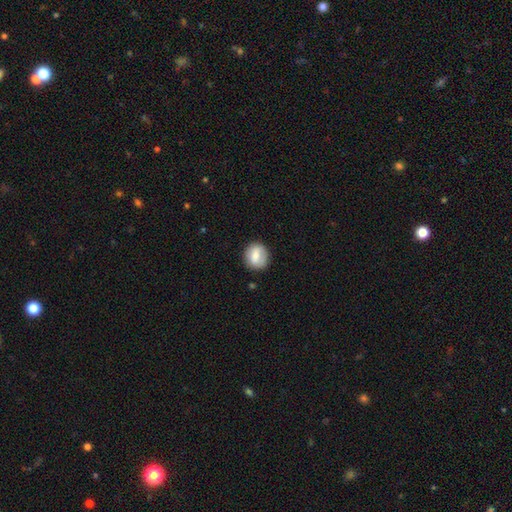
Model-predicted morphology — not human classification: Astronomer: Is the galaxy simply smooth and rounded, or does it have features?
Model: smooth — 77%.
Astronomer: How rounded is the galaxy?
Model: round — 75%.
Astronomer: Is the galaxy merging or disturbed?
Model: none — 82%.